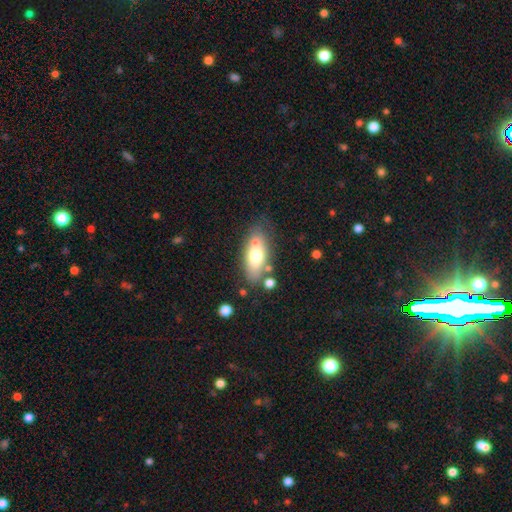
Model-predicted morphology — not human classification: This appears to be a smooth galaxy with no disk features (65%) that is in between round and cigar-shaped (79%). Merging: none (67%).